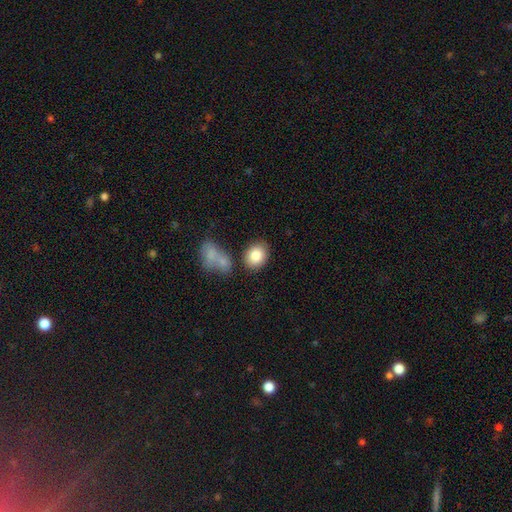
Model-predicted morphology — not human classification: type=smooth (84%); roundness=in between (54%); merging=none (75%).